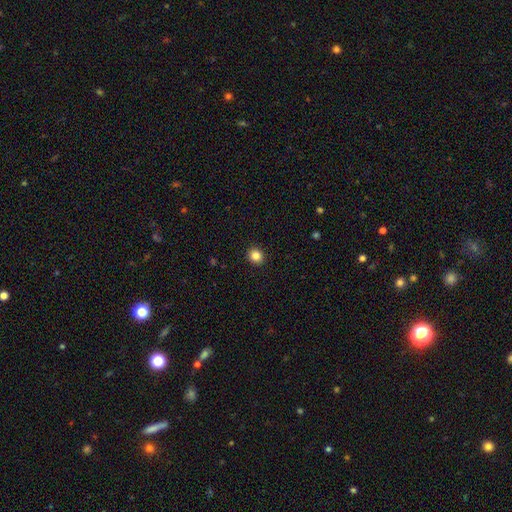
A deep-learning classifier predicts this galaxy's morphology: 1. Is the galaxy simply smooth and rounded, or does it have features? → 84% smooth, 11% star or artifact, 4% featured or disk.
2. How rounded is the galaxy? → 81% round, 18% in between, 1% cigar-shaped.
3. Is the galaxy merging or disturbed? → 92% none, 5% minor disturbance, 2% major disturbance, 1% merger.